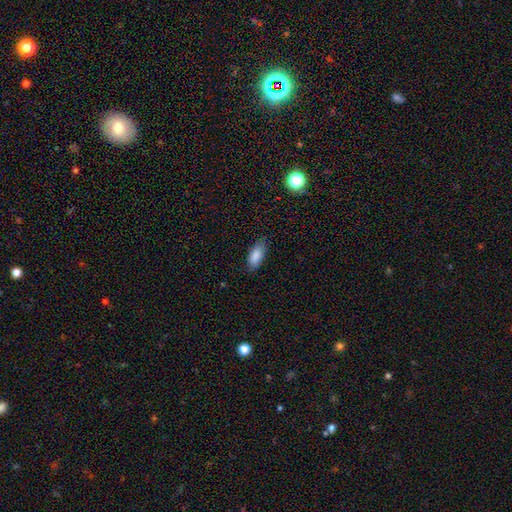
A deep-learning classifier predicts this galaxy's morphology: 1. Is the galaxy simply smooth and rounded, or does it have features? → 85% smooth, 8% featured or disk, 7% star or artifact.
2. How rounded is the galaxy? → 86% in between, 12% cigar-shaped, 2% round.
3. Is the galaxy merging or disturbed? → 78% none, 17% minor disturbance, 3% major disturbance, 1% merger.